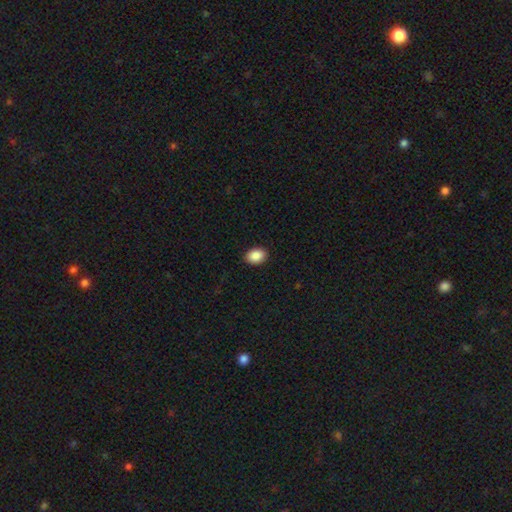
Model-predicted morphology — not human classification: Smooth or featured? smooth (89%)
How rounded? in between (77%)
Merging? none (91%)